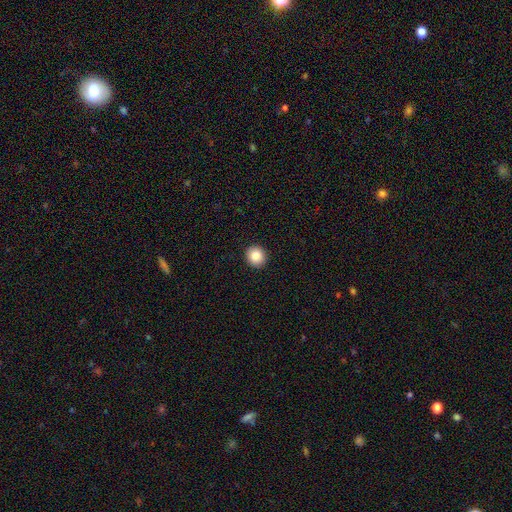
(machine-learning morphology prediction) Smooth or featured? smooth (85%)
How rounded? round (88%)
Merging? none (93%)